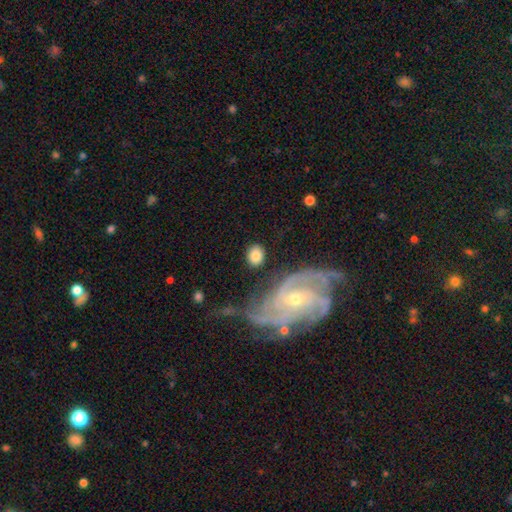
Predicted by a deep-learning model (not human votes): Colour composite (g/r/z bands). It shows a smooth galaxy with no disk features (74%) that is in between round and cigar-shaped (51%). Merging: none (75%).